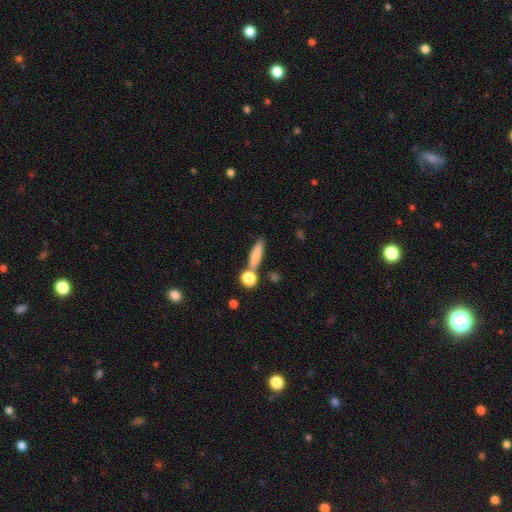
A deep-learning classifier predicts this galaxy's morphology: A smooth galaxy with no disk features (74%) that is cigar-shaped (67%).

Vote fractions:
- Smooth or featured? smooth: 74% / featured or disk: 18% / star or artifact: 9%
- How rounded? cigar-shaped: 67% / in between: 26% / round: 7%
- Merging? none: 64% / merger: 20% / minor disturbance: 12% / major disturbance: 4%